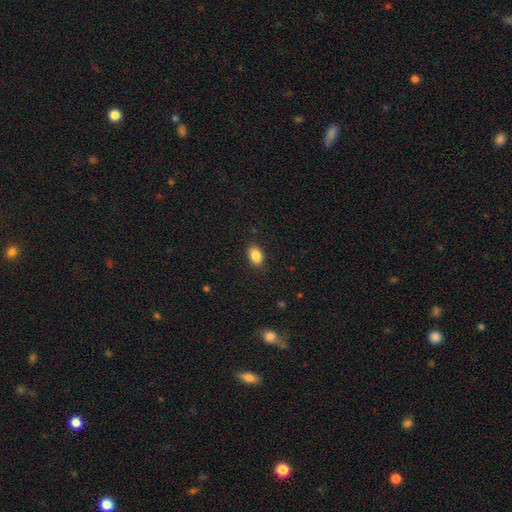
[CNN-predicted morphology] smooth-or-featured: smooth: 87% | star or artifact: 8% | featured or disk: 5%
  how-rounded: in between: 85% | round: 14% | cigar-shaped: 1%
  merging: none: 89% | minor disturbance: 8% | major disturbance: 2% | merger: 1%